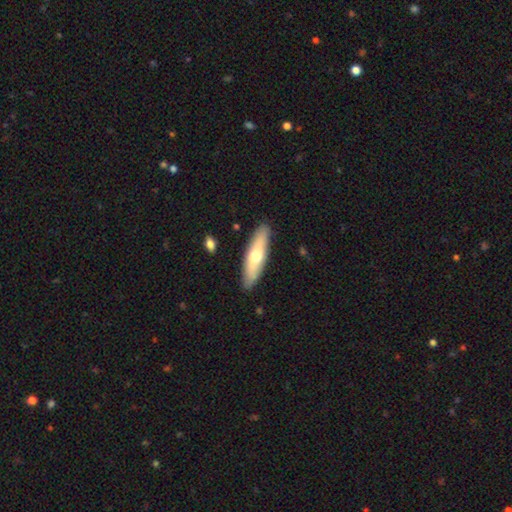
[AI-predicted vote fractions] The model was most divided on "smooth or featured": smooth: 57%, featured or disk: 38%, star or artifact: 5%. More confident: merging — none (89%); how rounded — cigar-shaped (65%).